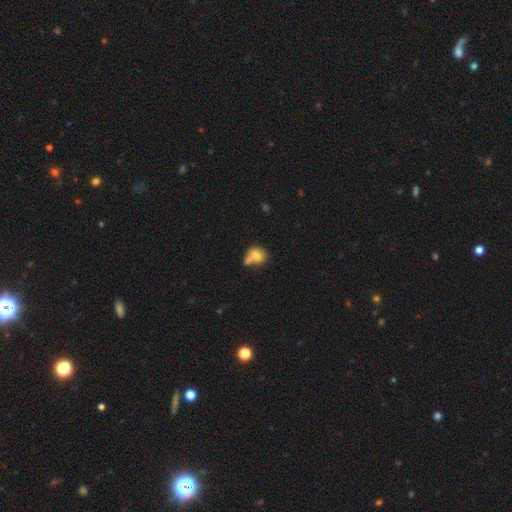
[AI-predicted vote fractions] A smooth galaxy with no disk features (73%) that is round (51%).

Vote fractions:
- Smooth or featured? smooth: 73% / featured or disk: 17% / star or artifact: 9%
- How rounded? round: 51% / in between: 48% / cigar-shaped: 1%
- Merging? merger: 48% / none: 31% / minor disturbance: 14% / major disturbance: 7%